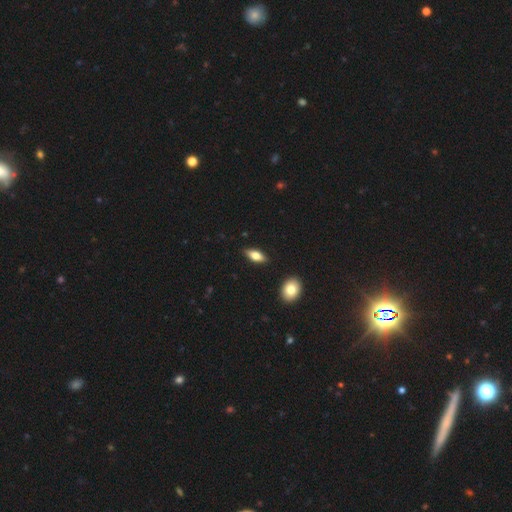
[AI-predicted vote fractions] smooth-or-featured: smooth: 64% | featured or disk: 29% | star or artifact: 7%
  how-rounded: in between: 76% | cigar-shaped: 20% | round: 4%
  merging: none: 87% | minor disturbance: 9% | major disturbance: 2% | merger: 2%